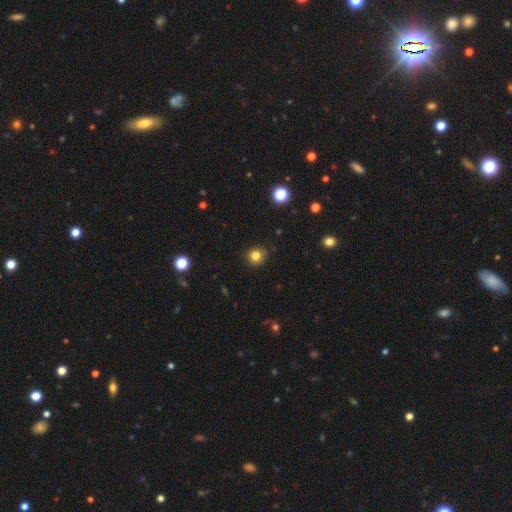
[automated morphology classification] A smooth galaxy with no disk features (81%) that is round (90%). Merging: none (87%).